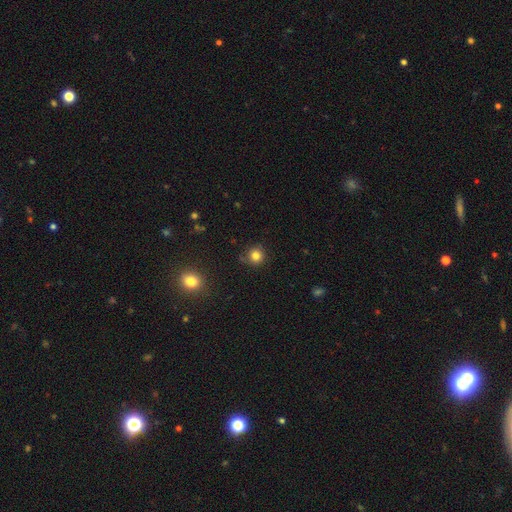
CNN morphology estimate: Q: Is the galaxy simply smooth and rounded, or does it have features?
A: smooth — 81%.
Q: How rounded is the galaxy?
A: round — 93%.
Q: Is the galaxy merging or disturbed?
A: none — 83%.